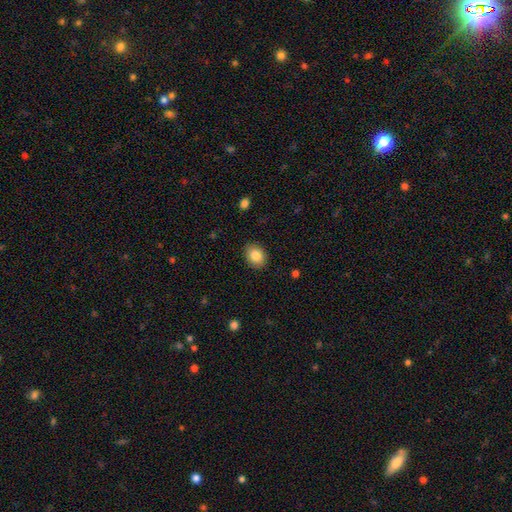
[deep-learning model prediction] A smooth galaxy with no disk features (84%) that is in between round and cigar-shaped (57%).

Vote fractions:
- Smooth or featured? smooth: 84% / star or artifact: 8% / featured or disk: 8%
- How rounded? in between: 57% / round: 42% / cigar-shaped: 1%
- Merging? none: 88% / minor disturbance: 9% / major disturbance: 2% / merger: 1%